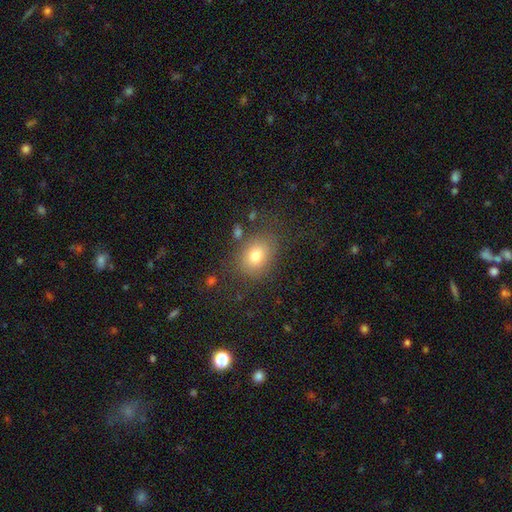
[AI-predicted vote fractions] Smooth or featured: smooth — 76% (star or artifact — 12%)
How rounded: in between — 60% (round — 39%)
Merging: none — 76% (minor disturbance — 14%)